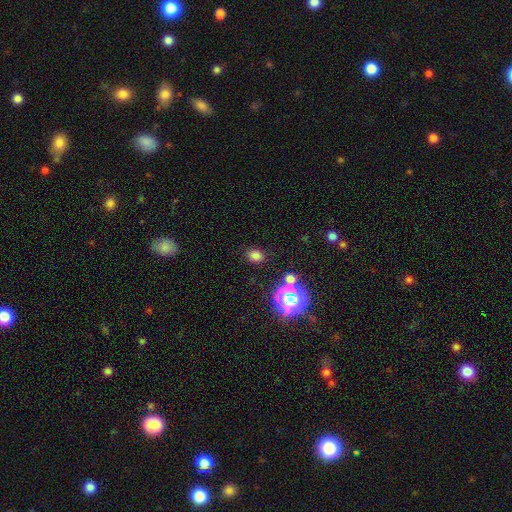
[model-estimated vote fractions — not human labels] Overall: smooth (72%). How rounded: in between (53%; round 45%). Merging: none (82%).